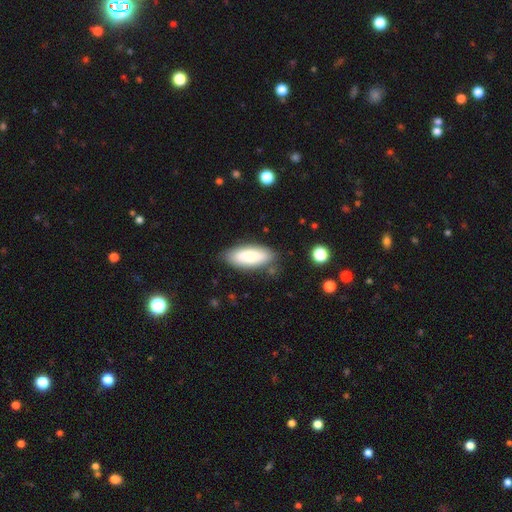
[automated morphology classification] Smooth or featured? smooth (70%)
How rounded? in between (83%)
Merging? none (79%)